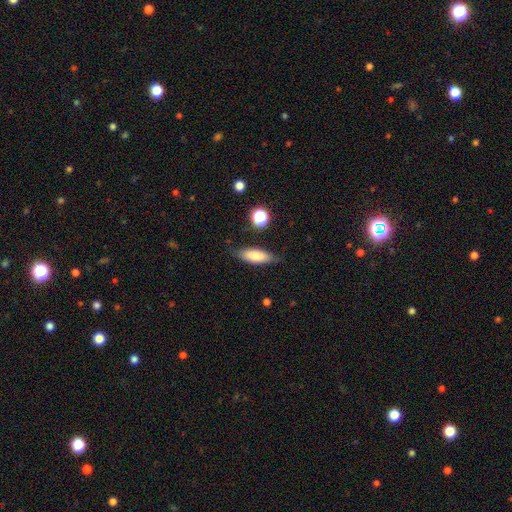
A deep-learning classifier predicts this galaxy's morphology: The model was most divided on "how rounded": in between: 63%, cigar-shaped: 34%, round: 3%. More confident: smooth or featured — smooth (79%); merging — none (79%).